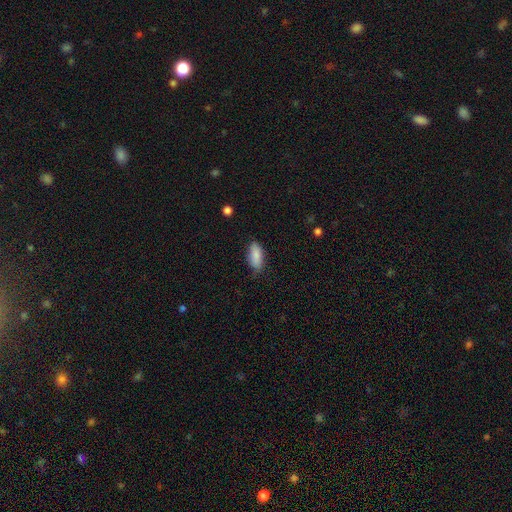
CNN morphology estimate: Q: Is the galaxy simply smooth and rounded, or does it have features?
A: smooth — 88%.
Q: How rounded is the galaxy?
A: in between — 86%.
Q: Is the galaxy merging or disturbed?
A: none — 78%.